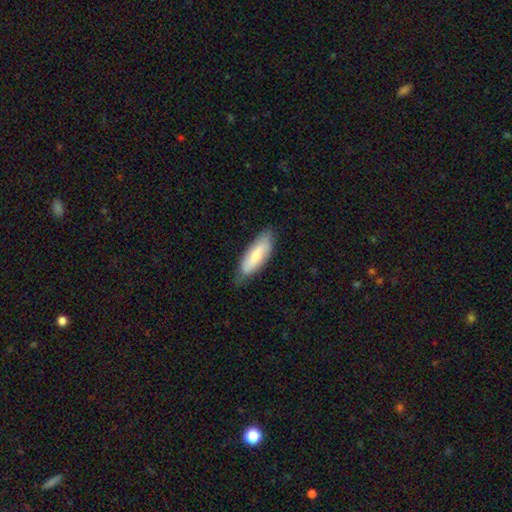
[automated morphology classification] Overall: smooth (68%). How rounded: in between (65%; cigar-shaped 33%). Merging: none (74%).